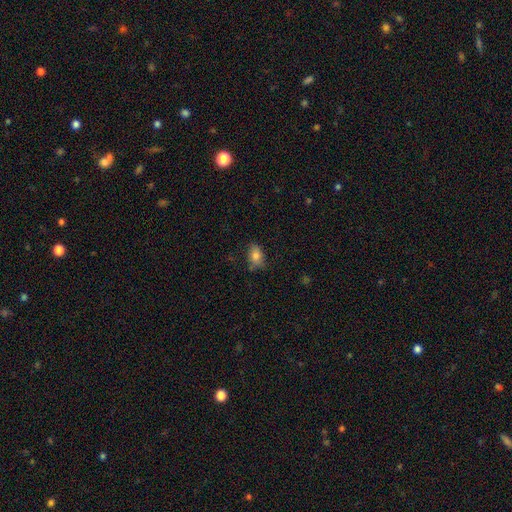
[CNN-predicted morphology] A smooth galaxy with no disk features (79%) that is in between round and cigar-shaped (82%).

Vote fractions:
- Smooth or featured? smooth: 79% / featured or disk: 12% / star or artifact: 9%
- How rounded? in between: 82% / round: 17% / cigar-shaped: 2%
- Merging? none: 74% / minor disturbance: 19% / major disturbance: 4% / merger: 3%